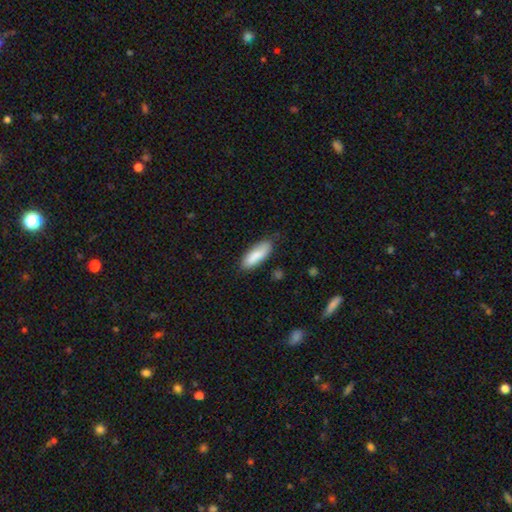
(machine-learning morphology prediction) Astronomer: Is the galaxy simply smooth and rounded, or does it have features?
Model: smooth — 85%.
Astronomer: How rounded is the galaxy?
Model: in between — 64%.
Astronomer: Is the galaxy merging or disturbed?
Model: none — 77%.